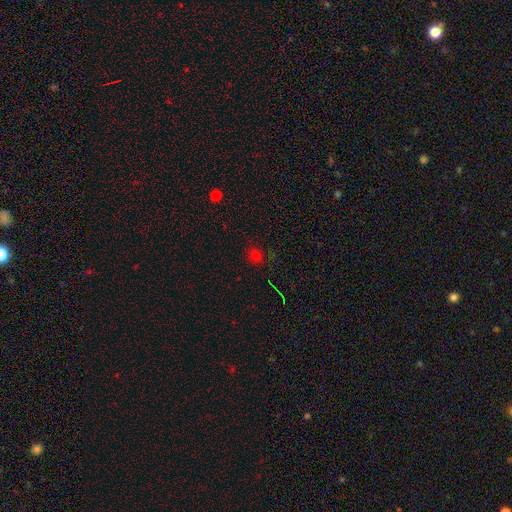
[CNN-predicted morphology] This appears to be a smooth galaxy with no disk features (64%) that is round (71%). Merging: none (78%).